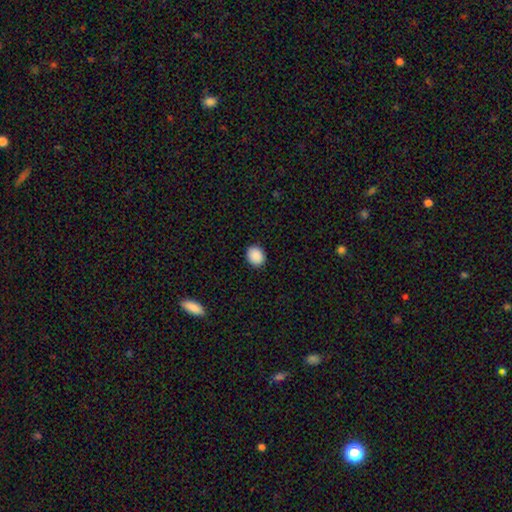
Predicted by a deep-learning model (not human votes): Smooth or featured? smooth (90%)
How rounded? round (60%)
Merging? none (91%)